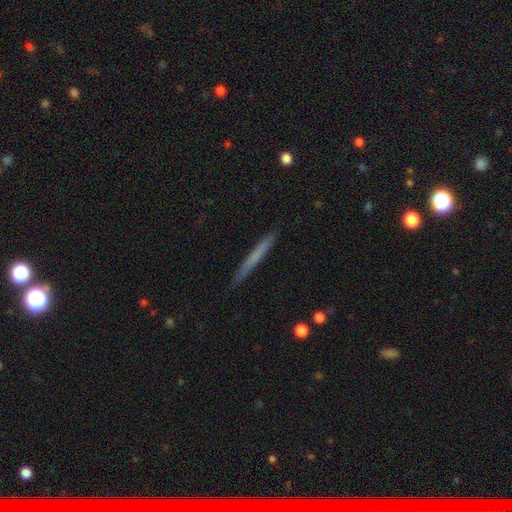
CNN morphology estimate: smooth-or-featured: smooth: 61% | featured or disk: 33% | star or artifact: 6%
  how-rounded: cigar-shaped: 97% | in between: 2% | round: 1%
  merging: none: 90% | minor disturbance: 7% | major disturbance: 1% | merger: 1%